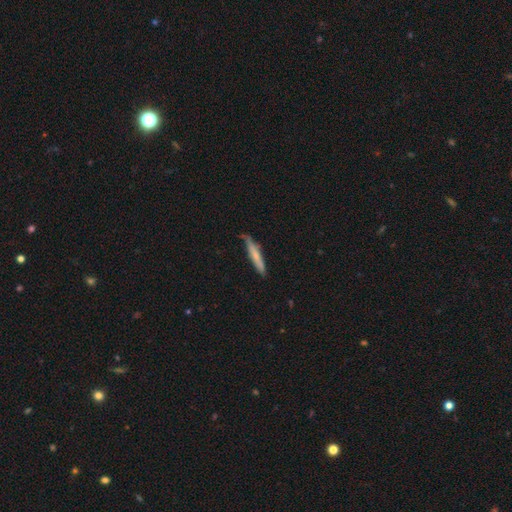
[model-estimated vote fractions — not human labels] This appears to be a smooth galaxy with no disk features (64%) that is cigar-shaped (93%). Merging: none (69%).